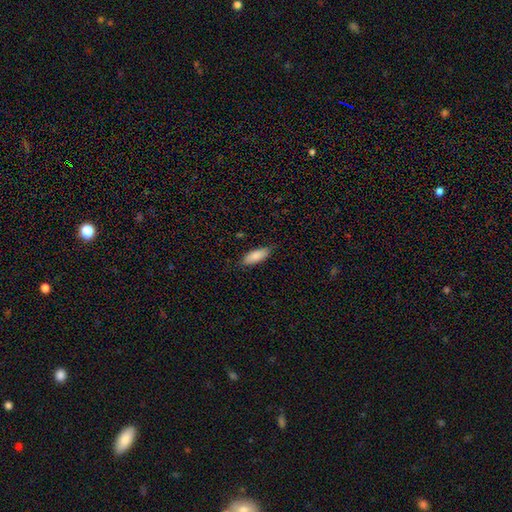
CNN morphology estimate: A smooth galaxy with no disk features (88%) that is in between round and cigar-shaped (72%).

Vote fractions:
- Smooth or featured? smooth: 88% / featured or disk: 6% / star or artifact: 6%
- How rounded? in between: 72% / cigar-shaped: 26% / round: 2%
- Merging? none: 85% / minor disturbance: 12% / major disturbance: 2% / merger: 1%